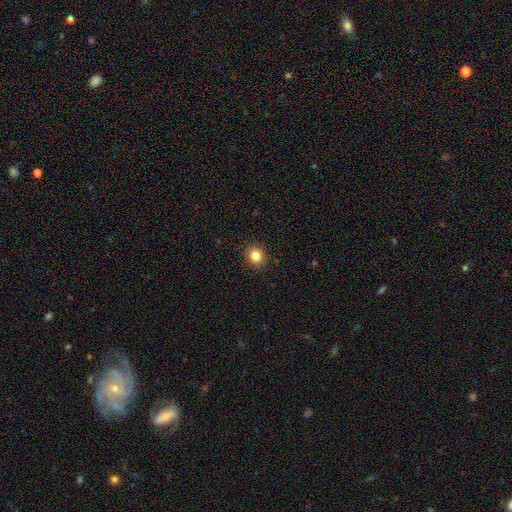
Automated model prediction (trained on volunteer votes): Overall: smooth (85%). How rounded: round (76%). Merging: none (90%).